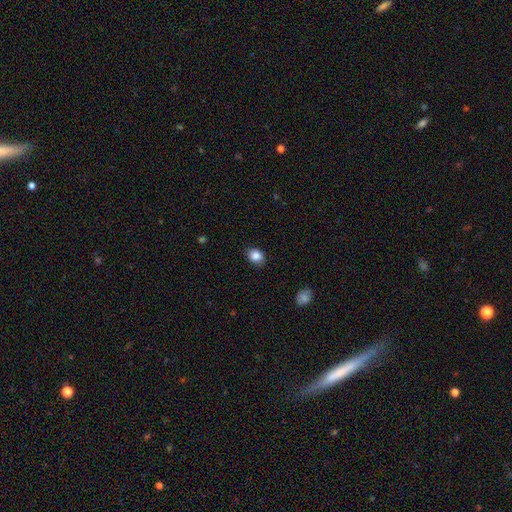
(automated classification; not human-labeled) Overall: smooth (86%). How rounded: in between (58%; round 41%). Merging: none (85%).